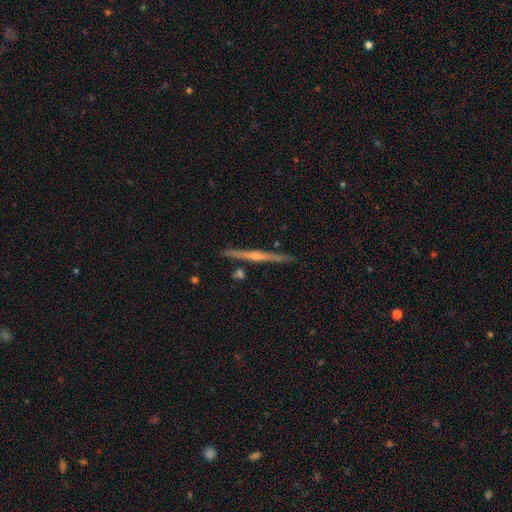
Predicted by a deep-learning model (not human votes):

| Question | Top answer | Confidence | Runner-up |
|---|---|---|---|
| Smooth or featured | featured or disk | 76% | smooth (15%) |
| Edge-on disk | yes | 97% | no (3%) |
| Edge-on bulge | rounded | 72% | none (20%) |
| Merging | none | 88% | minor disturbance (8%) |